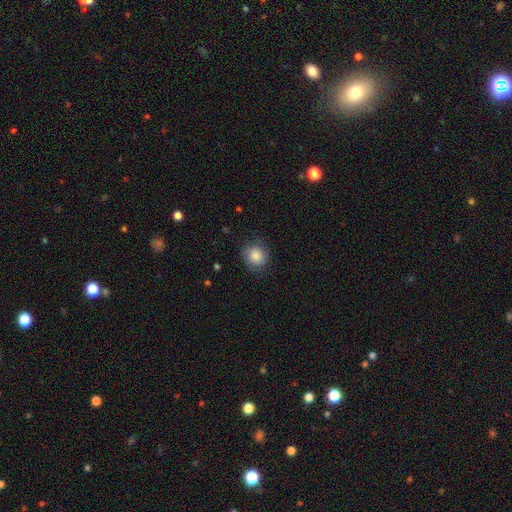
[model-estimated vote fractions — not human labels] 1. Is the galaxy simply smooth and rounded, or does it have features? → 82% smooth, 10% featured or disk, 8% star or artifact.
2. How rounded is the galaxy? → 82% round, 17% in between, 1% cigar-shaped.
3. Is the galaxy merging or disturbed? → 75% none, 19% minor disturbance, 5% major disturbance, 1% merger.